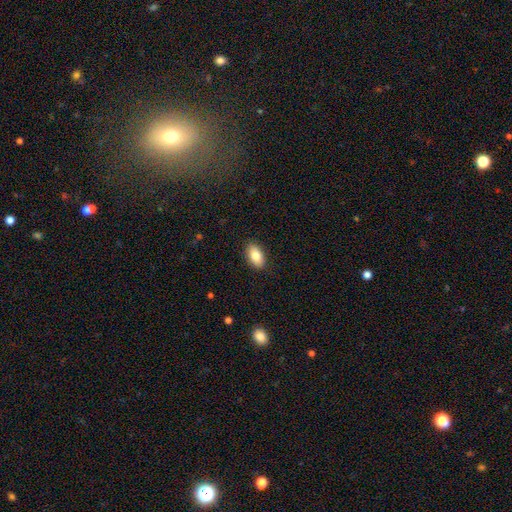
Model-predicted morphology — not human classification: smooth_or_featured: smooth (p=0.85) [alt: featured or disk p=0.08]
how_rounded: in between (p=0.93) [alt: round p=0.04]
merging: none (p=0.89) [alt: minor disturbance p=0.08]